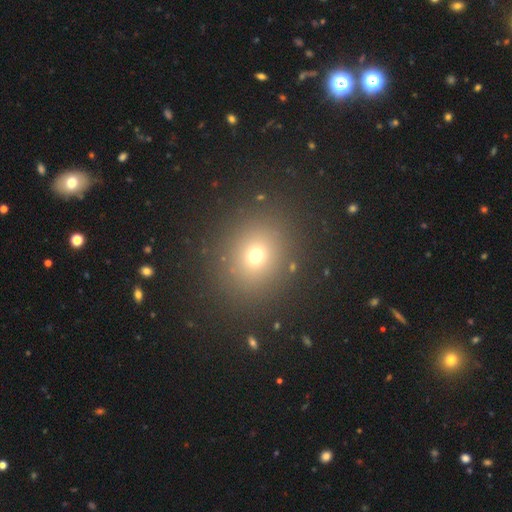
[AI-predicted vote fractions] A smooth galaxy with no disk features (69%) that is round (71%). Merging: none (88%).